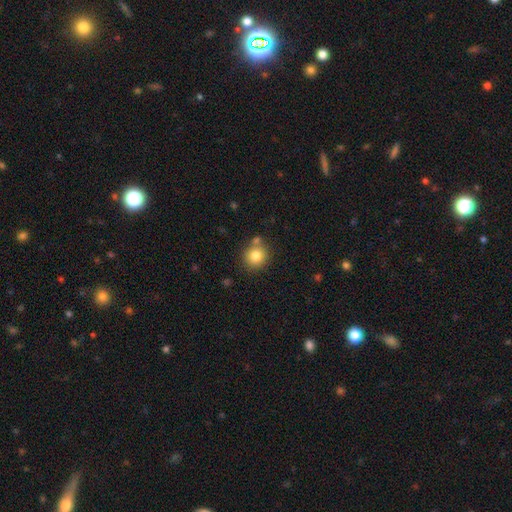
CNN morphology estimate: smooth-or-featured: smooth: 80% | star or artifact: 11% | featured or disk: 9%
  how-rounded: round: 89% | in between: 10% | cigar-shaped: 1%
  merging: none: 72% | merger: 14% | minor disturbance: 11% | major disturbance: 3%